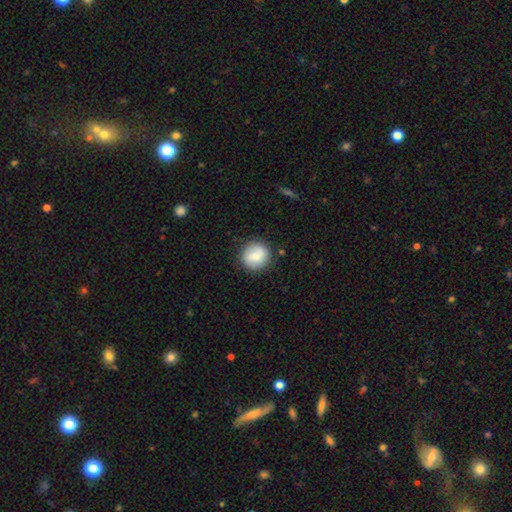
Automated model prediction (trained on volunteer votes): Overall: smooth (71%). How rounded: round (91%). Merging: none (84%).